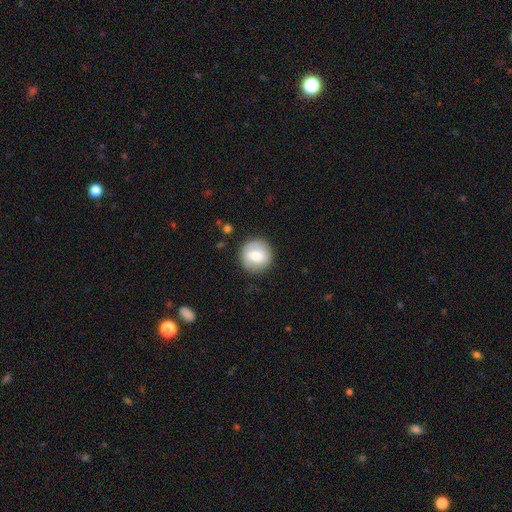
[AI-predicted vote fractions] Morphology: type=smooth (64%); roundness=round (93%); merging=none (84%).